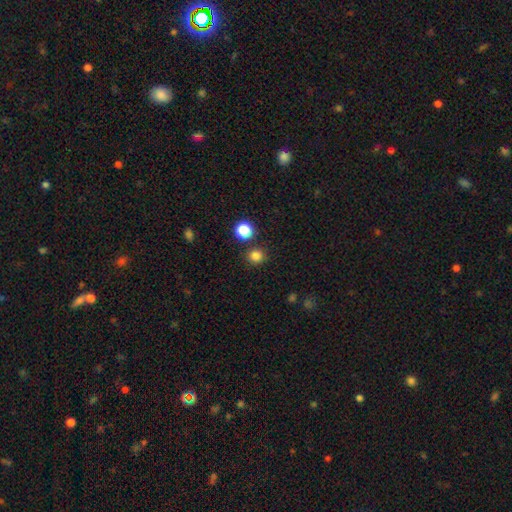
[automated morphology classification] smooth-or-featured: smooth: 82% | star or artifact: 14% | featured or disk: 4%
  how-rounded: round: 91% | in between: 8% | cigar-shaped: 1%
  merging: none: 86% | minor disturbance: 6% | merger: 5% | major disturbance: 2%